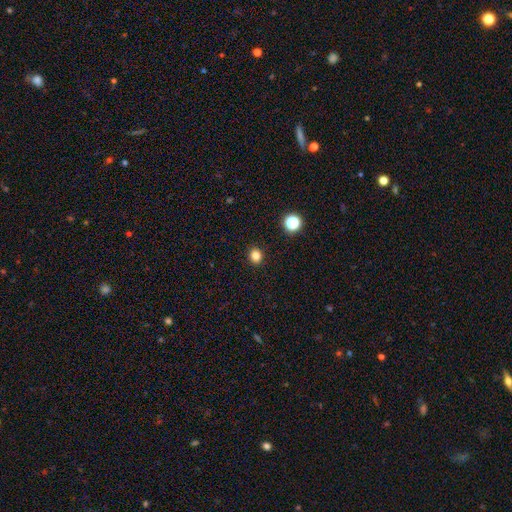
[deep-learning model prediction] This appears to be a smooth galaxy with no disk features (81%) that is round (76%). Merging: none (91%).